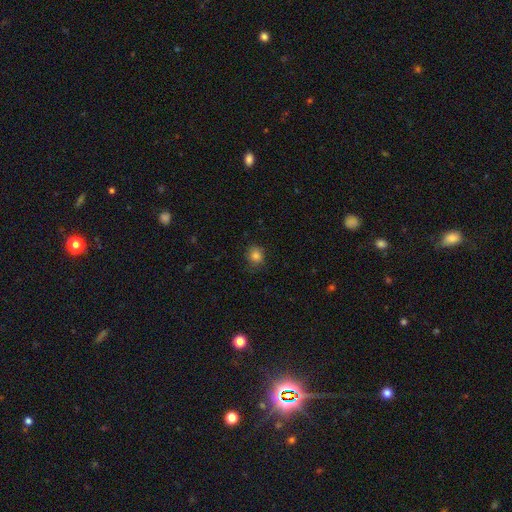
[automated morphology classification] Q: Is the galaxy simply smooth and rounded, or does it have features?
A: smooth — 82%.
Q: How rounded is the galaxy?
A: round — 78%.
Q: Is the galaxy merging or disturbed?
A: none — 84%.